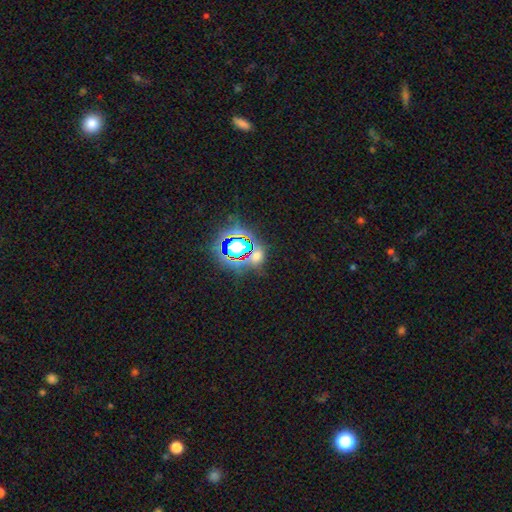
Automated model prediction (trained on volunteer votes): Smooth or featured? star or artifact (59%)